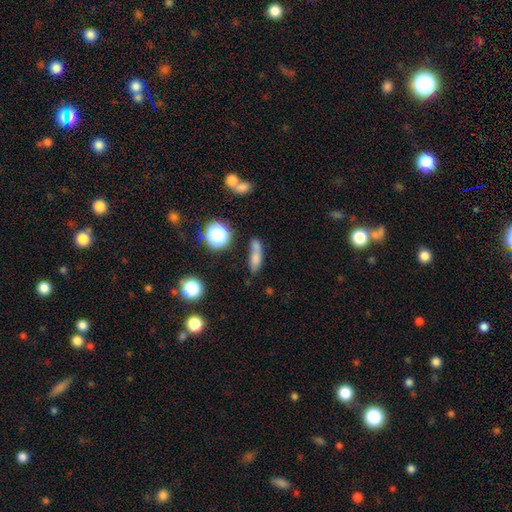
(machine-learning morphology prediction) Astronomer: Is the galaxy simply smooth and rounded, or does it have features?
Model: smooth — 69%.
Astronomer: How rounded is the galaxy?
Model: in between — 50% (runner-up: cigar-shaped, 35%).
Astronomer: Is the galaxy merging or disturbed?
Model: none — 42% (runner-up: merger, 31%).